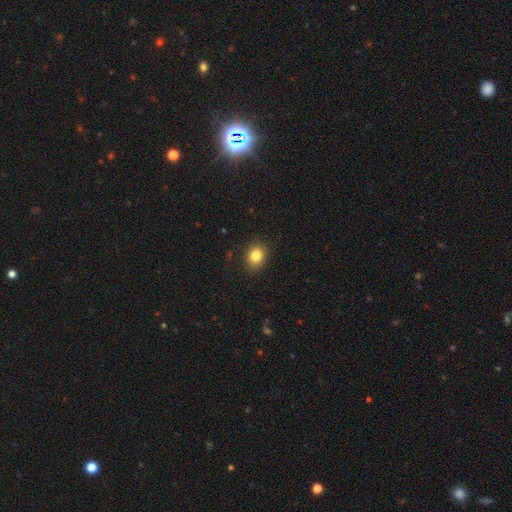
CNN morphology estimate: type=smooth (84%); roundness=round (51%); merging=none (87%).